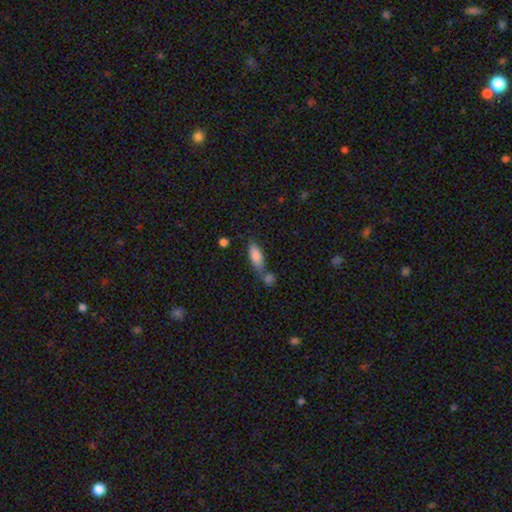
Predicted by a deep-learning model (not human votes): A smooth galaxy with no disk features (82%) that is in between round and cigar-shaped (74%). Merging: none (43%).